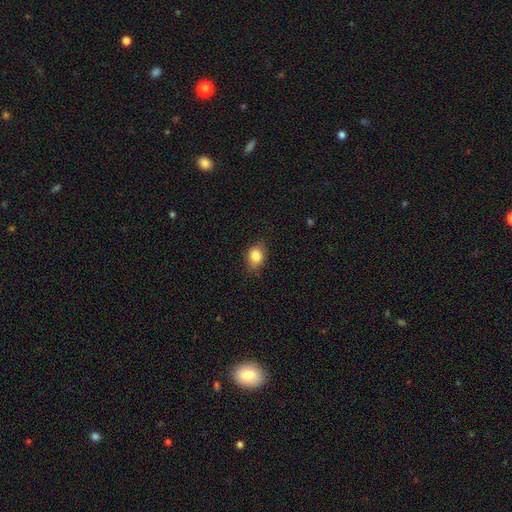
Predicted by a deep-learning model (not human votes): Smooth or featured?
  - smooth: 85% *
  - star or artifact: 9%
  - featured or disk: 6%
How rounded?
  - in between: 57% *
  - round: 42%
  - cigar-shaped: 1%
Merging?
  - none: 77% *
  - minor disturbance: 18%
  - major disturbance: 4%
  - merger: 1%